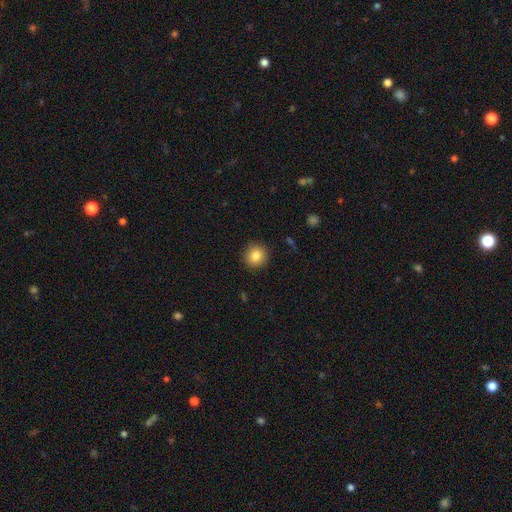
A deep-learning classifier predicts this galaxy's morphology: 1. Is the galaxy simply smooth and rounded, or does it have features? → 84% smooth, 9% star or artifact, 7% featured or disk.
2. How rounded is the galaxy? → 91% round, 8% in between, 1% cigar-shaped.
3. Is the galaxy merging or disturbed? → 91% none, 7% minor disturbance, 2% major disturbance, 1% merger.